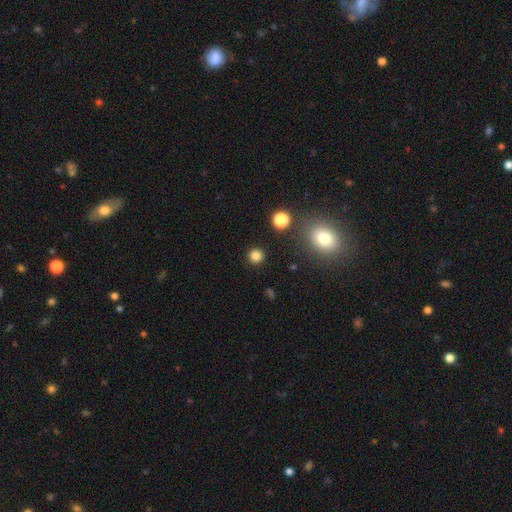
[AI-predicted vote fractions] smooth-or-featured: smooth: 83% | star or artifact: 14% | featured or disk: 4%
  how-rounded: round: 93% | in between: 6% | cigar-shaped: 1%
  merging: none: 91% | minor disturbance: 5% | major disturbance: 2% | merger: 2%